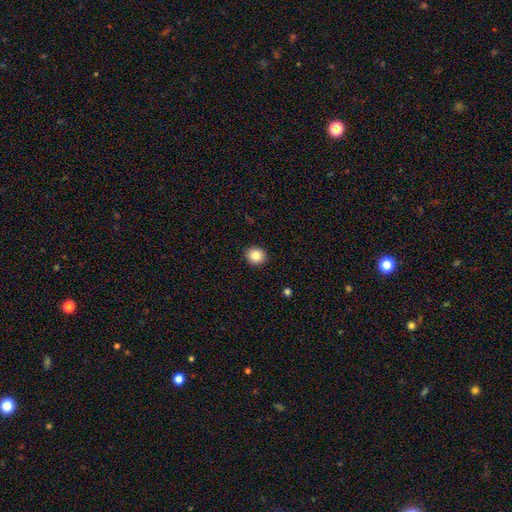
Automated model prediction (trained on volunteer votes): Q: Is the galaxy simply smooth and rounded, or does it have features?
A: smooth — 84%.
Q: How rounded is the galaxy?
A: round — 84%.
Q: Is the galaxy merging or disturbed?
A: none — 92%.